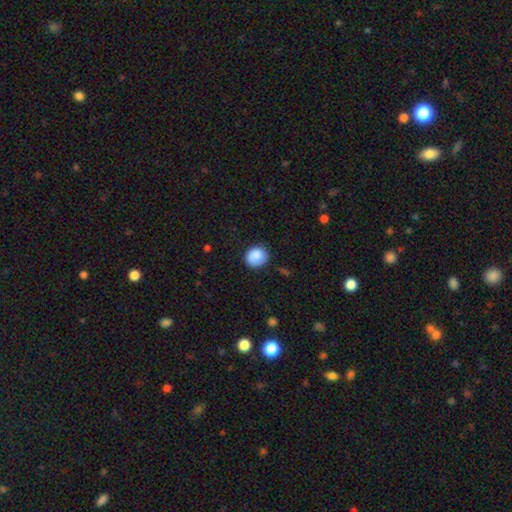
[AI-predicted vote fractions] Smooth or featured? Predicted: smooth (p=0.85). How rounded? Predicted: round (p=0.81). Merging? Predicted: none (p=0.78).